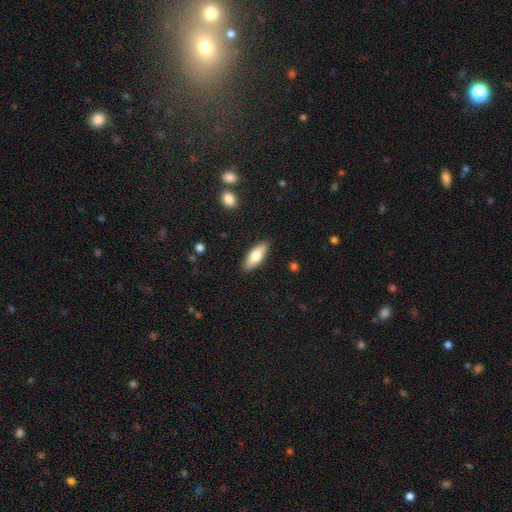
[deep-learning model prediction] Smooth or featured?
  - smooth: 73% *
  - featured or disk: 21%
  - star or artifact: 6%
How rounded?
  - in between: 68% *
  - cigar-shaped: 30%
  - round: 2%
Merging?
  - none: 88% *
  - minor disturbance: 9%
  - major disturbance: 2%
  - merger: 1%